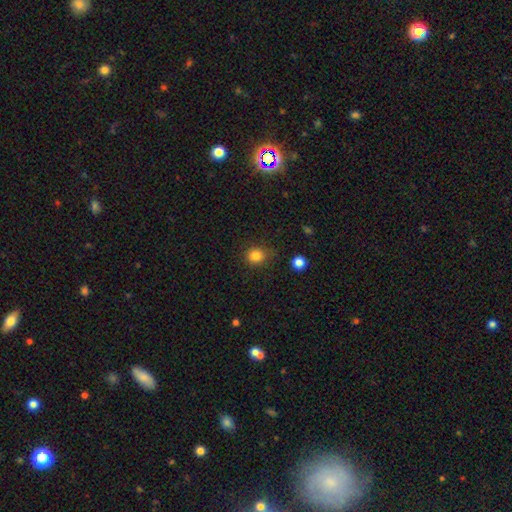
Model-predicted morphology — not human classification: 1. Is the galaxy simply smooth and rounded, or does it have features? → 83% smooth, 12% star or artifact, 5% featured or disk.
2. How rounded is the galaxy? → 85% round, 14% in between, 1% cigar-shaped.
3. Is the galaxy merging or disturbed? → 83% none, 12% minor disturbance, 3% major disturbance, 2% merger.